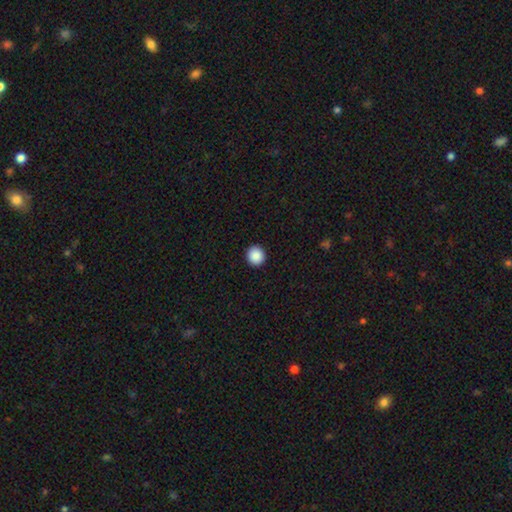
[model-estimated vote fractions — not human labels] Smooth or featured: smooth — 89% (star or artifact — 9%)
How rounded: round — 94% (in between — 5%)
Merging: none — 93% (minor disturbance — 4%)